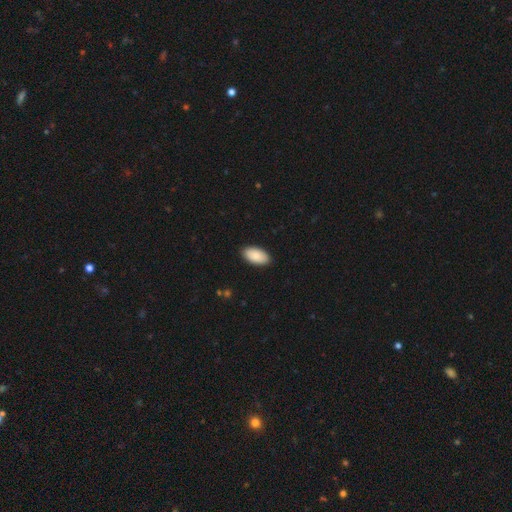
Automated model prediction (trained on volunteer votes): Smooth or featured? Predicted: smooth (p=0.88). How rounded? Predicted: in between (p=0.96). Merging? Predicted: none (p=0.89).